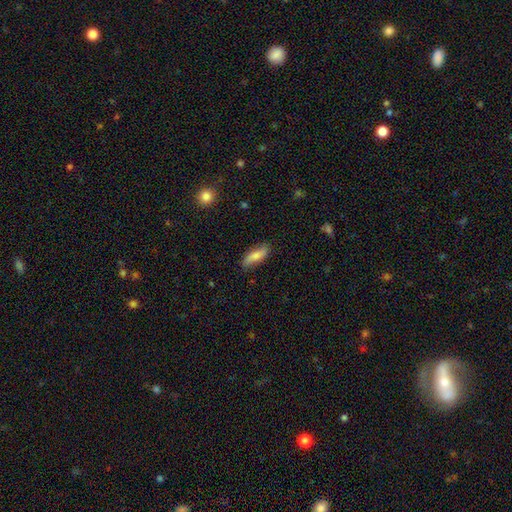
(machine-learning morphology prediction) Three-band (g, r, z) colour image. It shows a smooth galaxy with no disk features (74%) that is in between round and cigar-shaped (60%). Merging: none (82%).